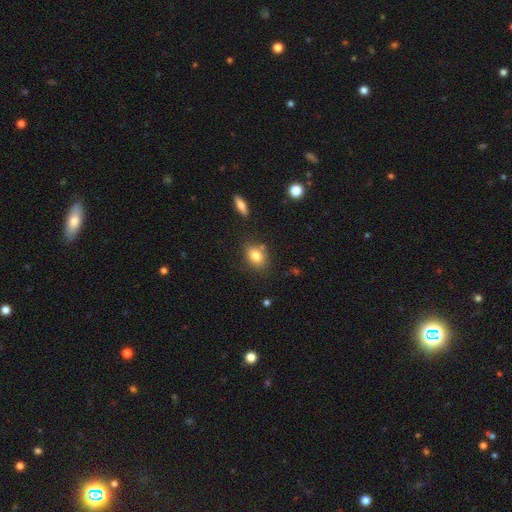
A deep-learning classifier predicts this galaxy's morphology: Smooth or featured? smooth (80%)
How rounded? in between (62%)
Merging? none (76%)